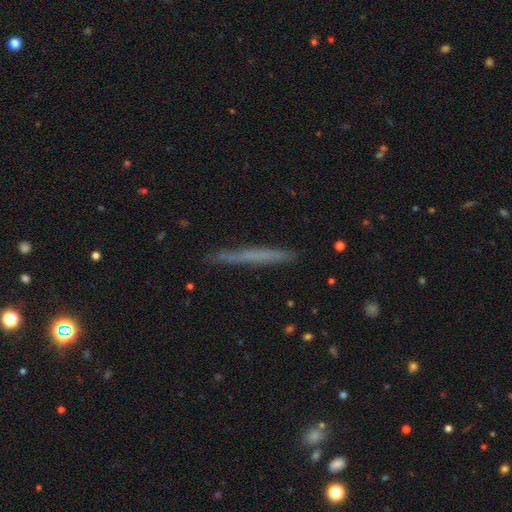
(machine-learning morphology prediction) The model was most divided on "smooth or featured": smooth: 52%, featured or disk: 40%, star or artifact: 8%. More confident: how rounded — cigar-shaped (96%); merging — none (88%).